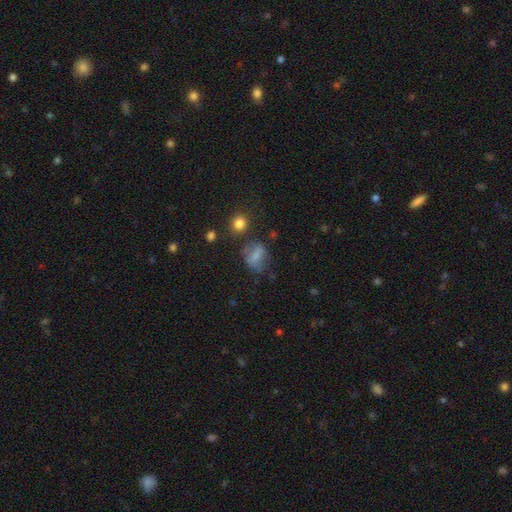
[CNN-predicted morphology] smooth-or-featured: smooth: 64% | featured or disk: 22% | star or artifact: 14%
  how-rounded: in between: 61% | round: 33% | cigar-shaped: 5%
  merging: none: 51% | minor disturbance: 24% | major disturbance: 19% | merger: 6%